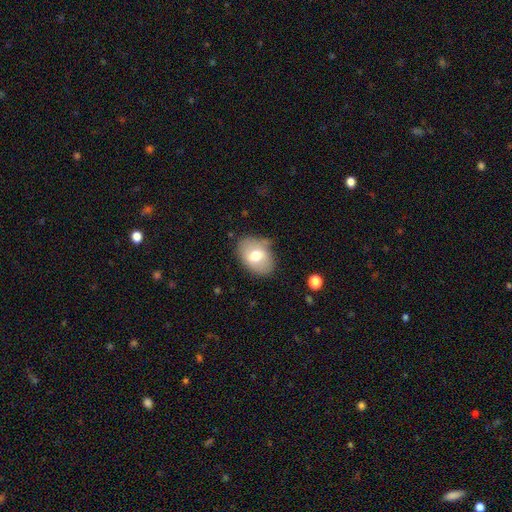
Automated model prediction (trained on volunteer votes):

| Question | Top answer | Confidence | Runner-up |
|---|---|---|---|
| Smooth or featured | smooth | 67% | featured or disk (26%) |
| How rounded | in between | 79% | round (20%) |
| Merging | none | 72% | minor disturbance (20%) |